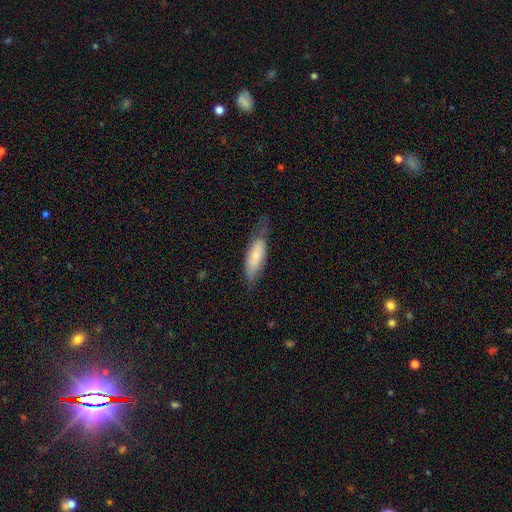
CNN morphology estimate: smooth 66%, featured or disk 28%, star or artifact 6%. Down the decision tree: how rounded — in between (52%); merging — none (58%).